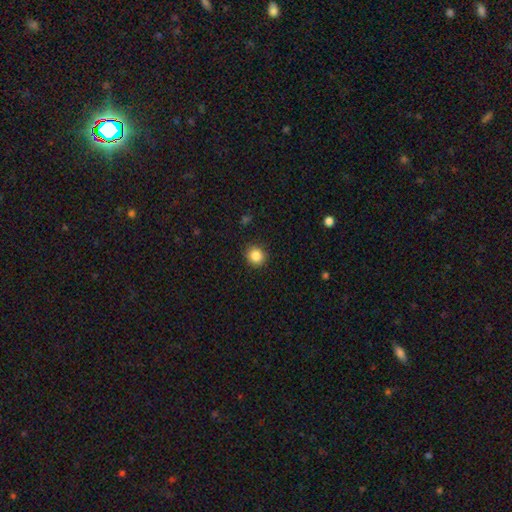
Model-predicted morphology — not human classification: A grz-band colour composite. It shows a smooth galaxy with no disk features (86%) that is round (89%). Merging: none (90%).